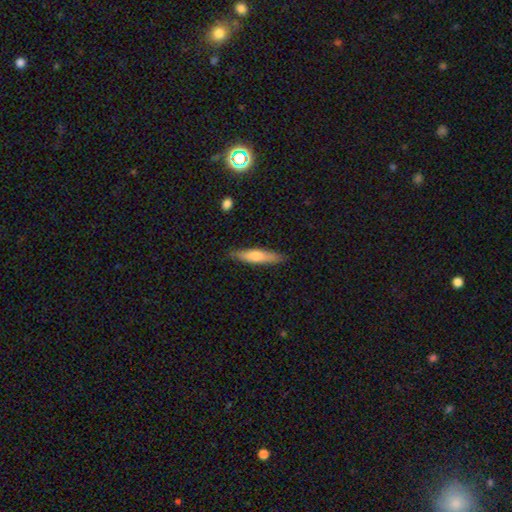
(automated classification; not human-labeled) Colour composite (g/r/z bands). It shows a smooth galaxy with no disk features (57%) that is cigar-shaped (86%). Merging: none (88%).